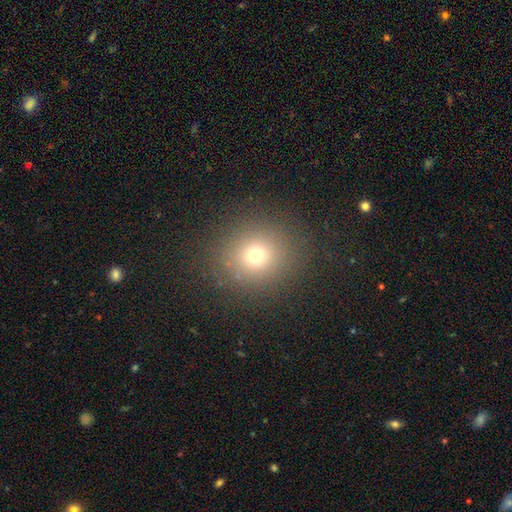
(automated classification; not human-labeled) Smooth or featured?
  - smooth: 70% *
  - star or artifact: 20%
  - featured or disk: 11%
How rounded?
  - round: 86% *
  - in between: 13%
  - cigar-shaped: 1%
Merging?
  - none: 86% *
  - minor disturbance: 8%
  - major disturbance: 4%
  - merger: 1%